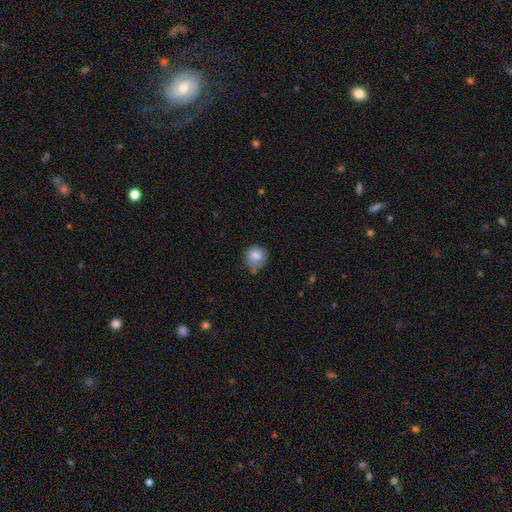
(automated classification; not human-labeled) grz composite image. It shows a smooth galaxy with no disk features (77%) that is round (77%). Merging: none (53%).